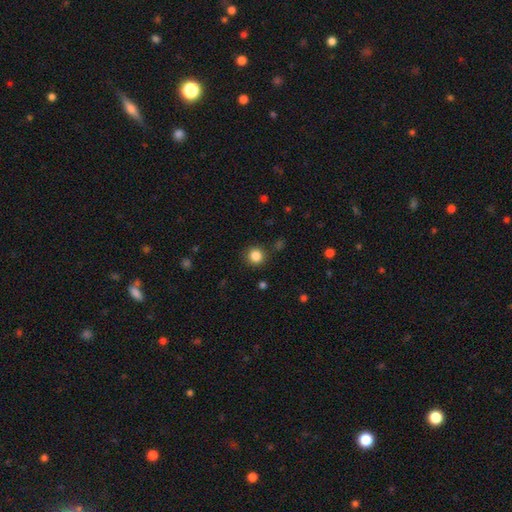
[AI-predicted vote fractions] Smooth or featured? smooth (85%)
How rounded? round (94%)
Merging? none (88%)